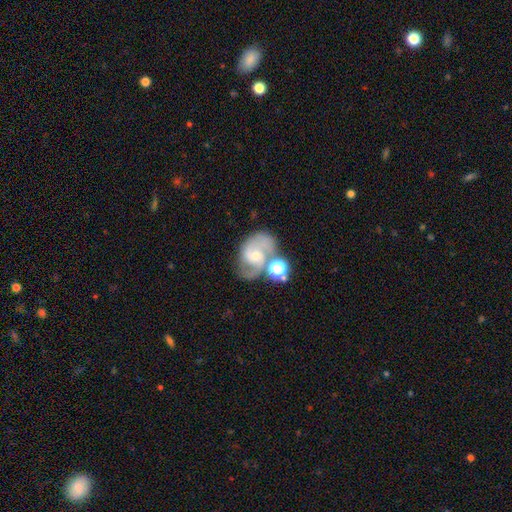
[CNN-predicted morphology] Overall: featured or disk (75%). Edge-on disk: no (97%). Bar: no (52%; weak 39%). Spiral arms: yes (93%). Spiral arm count: 2 (79%). Spiral winding: medium (51%; tight 29%). Bulge size: small (56%; moderate 36%). Merging: none (49%; merger 23%).